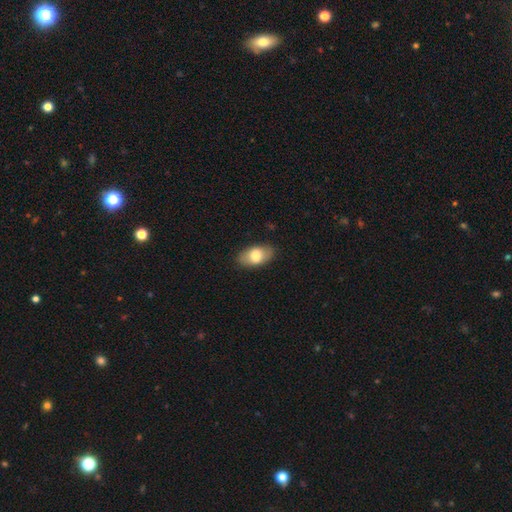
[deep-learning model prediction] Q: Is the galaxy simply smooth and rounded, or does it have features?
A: smooth — 76%.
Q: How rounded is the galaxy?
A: in between — 92%.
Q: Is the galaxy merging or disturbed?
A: none — 86%.